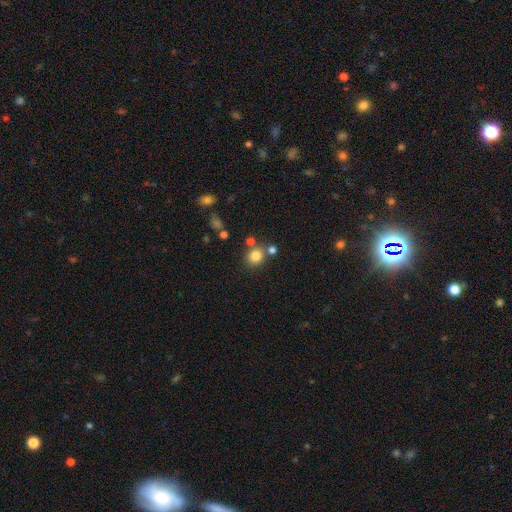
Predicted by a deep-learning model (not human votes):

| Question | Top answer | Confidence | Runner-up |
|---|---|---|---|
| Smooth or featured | smooth | 81% | star or artifact (13%) |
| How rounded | round | 82% | in between (17%) |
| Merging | none | 70% | merger (16%) |